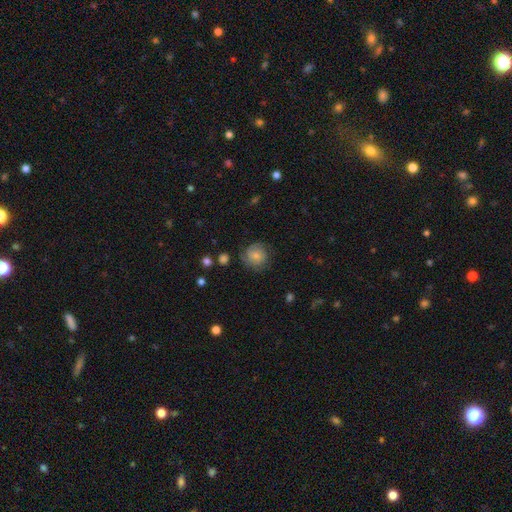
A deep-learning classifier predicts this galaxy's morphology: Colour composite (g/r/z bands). It shows a smooth galaxy with no disk features (63%) that is round (89%). Merging: none (72%).